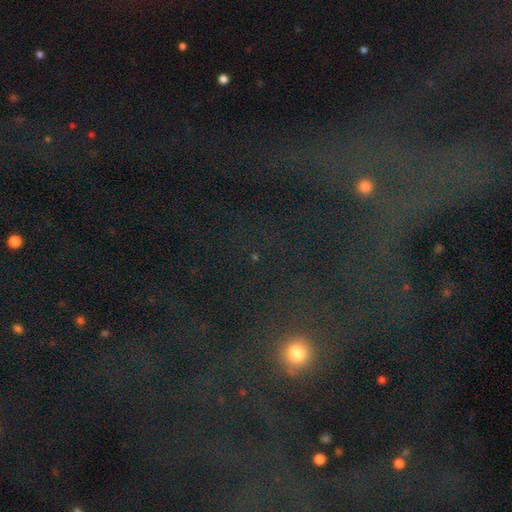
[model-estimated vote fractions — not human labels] A star or artifact, not a galaxy (67%).